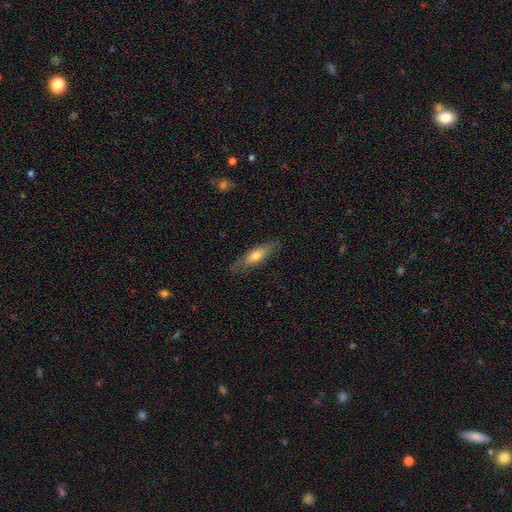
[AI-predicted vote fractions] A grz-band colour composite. It shows a smooth galaxy with no disk features (56%) that is cigar-shaped (62%). Merging: none (79%).